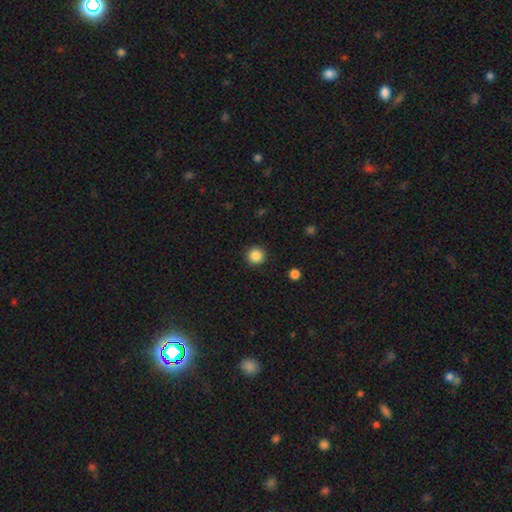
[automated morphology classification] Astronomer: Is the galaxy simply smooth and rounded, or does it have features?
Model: smooth — 86%.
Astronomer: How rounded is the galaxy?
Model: round — 96%.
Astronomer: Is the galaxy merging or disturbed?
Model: none — 92%.